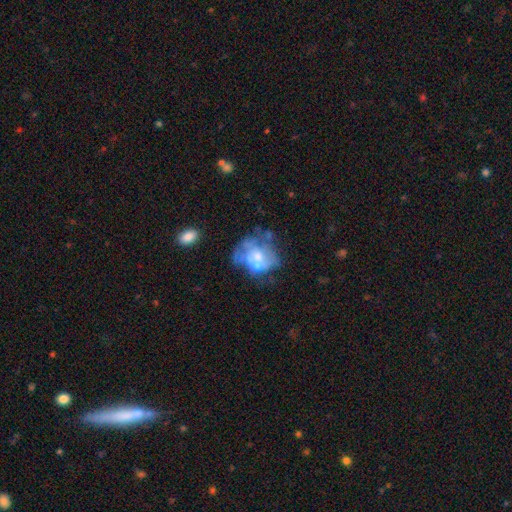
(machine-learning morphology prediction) Smooth or featured? Predicted: featured or disk (p=0.60). Edge-on disk? Predicted: no (p=0.98). Bar? Predicted: no (p=0.85). Spiral arms? Predicted: no (p=0.76). Bulge size? Predicted: moderate (p=0.45). Merging? Predicted: none (p=0.36).